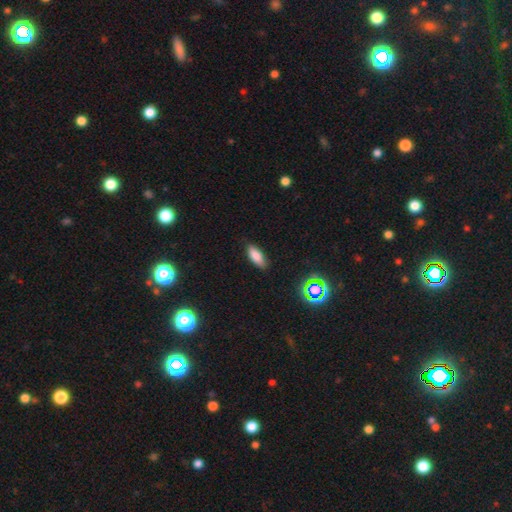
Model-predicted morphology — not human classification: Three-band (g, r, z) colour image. It shows a smooth galaxy with no disk features (84%) that is in between round and cigar-shaped (80%). Merging: none (86%).